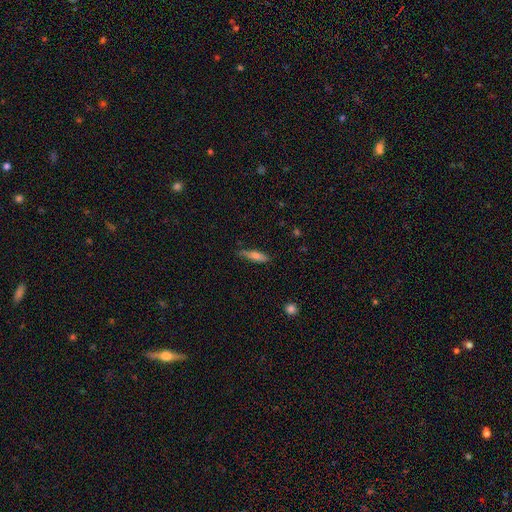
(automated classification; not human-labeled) smooth_or_featured: smooth (p=0.71) [alt: featured or disk p=0.22]
how_rounded: cigar-shaped (p=0.68) [alt: in between p=0.30]
merging: none (p=0.74) [alt: minor disturbance p=0.20]